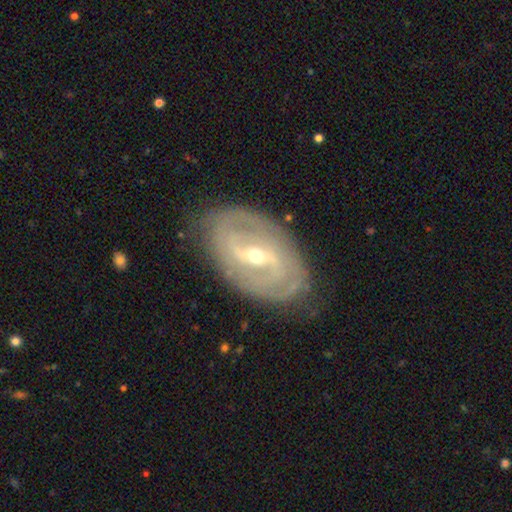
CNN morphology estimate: Q: Smooth or featured?
A: featured or disk (85%); runner-up: smooth (9%)
Q: Edge-on disk?
A: no (94%); runner-up: yes (6%)
Q: Bar?
A: weak (43%); runner-up: strong (42%)
Q: Spiral arms?
A: yes (88%); runner-up: no (12%)
Q: Spiral winding?
A: tight (61%); runner-up: medium (29%)
Q: Spiral arm count?
A: 2 (49%); runner-up: can't tell (29%)
Q: Bulge size?
A: moderate (49%); runner-up: small (48%)
Q: Merging?
A: none (80%); runner-up: minor disturbance (15%)